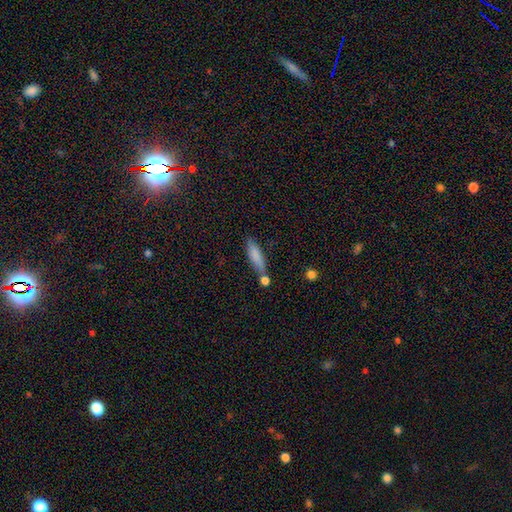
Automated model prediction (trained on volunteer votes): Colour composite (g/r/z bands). It shows a smooth galaxy with no disk features (78%) that is cigar-shaped (69%). Merging: none (60%).